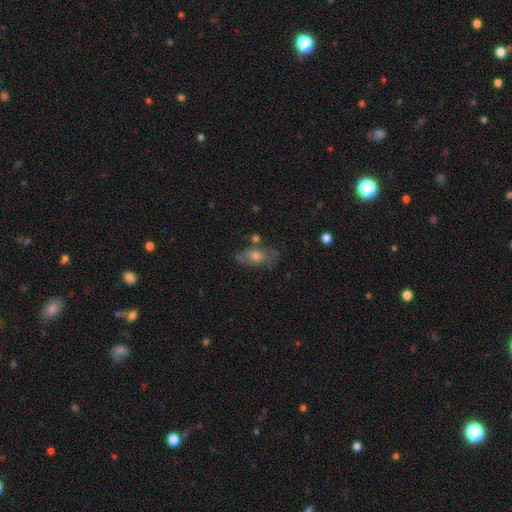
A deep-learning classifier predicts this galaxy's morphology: A featured or disk galaxy (44%). Merging: none (60%).